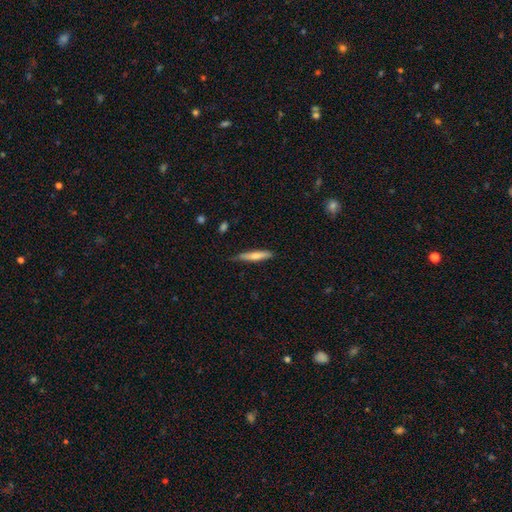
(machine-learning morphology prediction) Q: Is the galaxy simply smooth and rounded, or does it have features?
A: smooth — 66%.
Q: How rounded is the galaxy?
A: cigar-shaped — 89%.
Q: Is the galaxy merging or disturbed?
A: none — 78%.